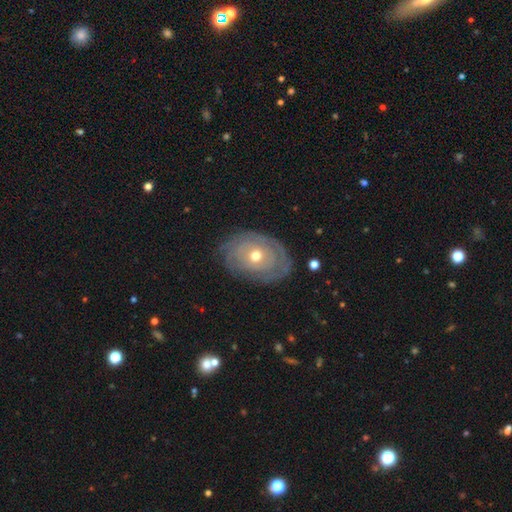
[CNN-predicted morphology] smooth_or_featured: featured or disk (p=0.71) [alt: smooth p=0.23]
disk_edge_on: no (p=0.95) [alt: yes p=0.05]
bar: no (p=0.86) [alt: weak p=0.11]
has_spiral_arms: yes (p=0.68) [alt: no p=0.32]
bulge_size: moderate (p=0.60) [alt: small p=0.36]
merging: none (p=0.76) [alt: minor disturbance p=0.17]